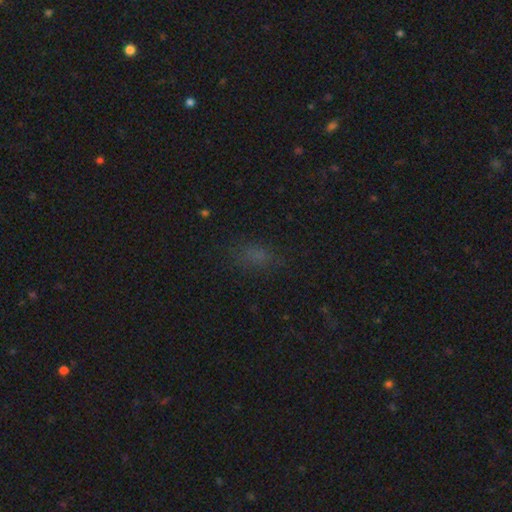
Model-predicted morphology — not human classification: This appears to be a smooth galaxy with no disk features (65%) that is in between round and cigar-shaped (80%). Merging: none (73%).